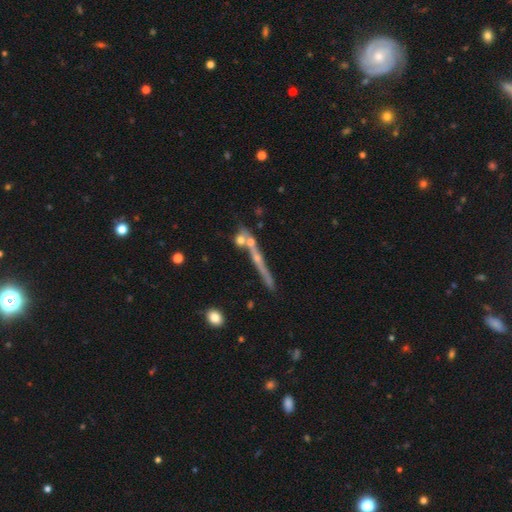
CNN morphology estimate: The model was most divided on "smooth or featured": featured or disk: 55%, smooth: 29%, star or artifact: 16%. More confident: edge-on disk — yes (89%); merging — none (69%).